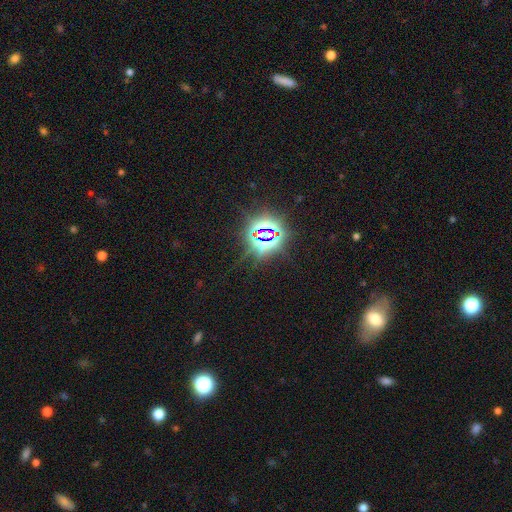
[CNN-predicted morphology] Smooth or featured? Predicted: star or artifact (p=0.77).